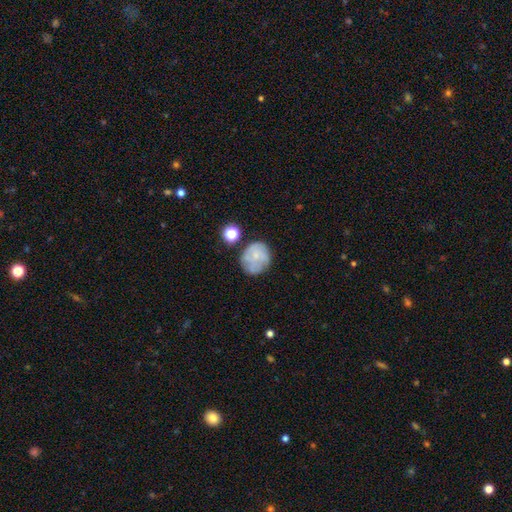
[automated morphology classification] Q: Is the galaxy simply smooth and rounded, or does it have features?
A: smooth — 55%.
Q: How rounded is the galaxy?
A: round — 80%.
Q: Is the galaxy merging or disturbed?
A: none — 60%.